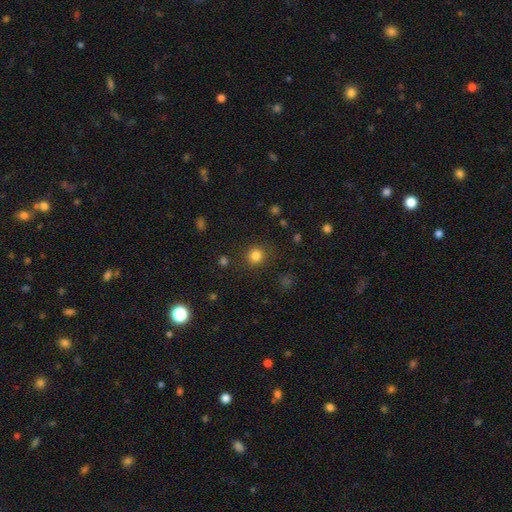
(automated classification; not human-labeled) smooth 83%, star or artifact 13%, featured or disk 4%. Down the decision tree: how rounded — round (92%); merging — none (87%).